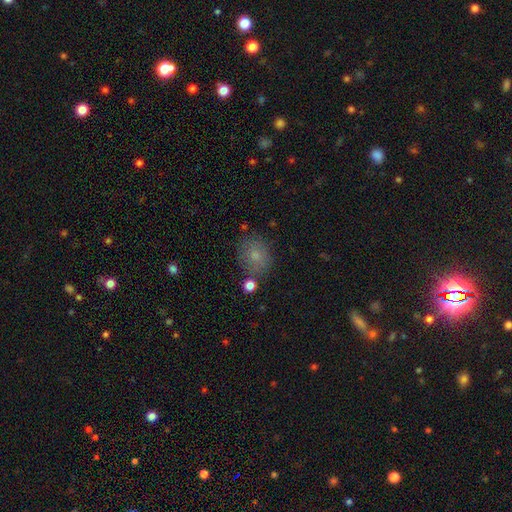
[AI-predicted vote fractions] Smooth or featured? smooth (76%)
How rounded? round (59%)
Merging? none (74%)